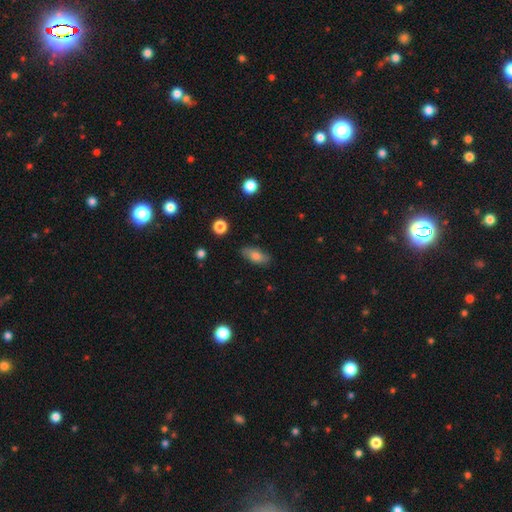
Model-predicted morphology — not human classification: type=smooth (77%); roundness=in between (83%); merging=none (82%).